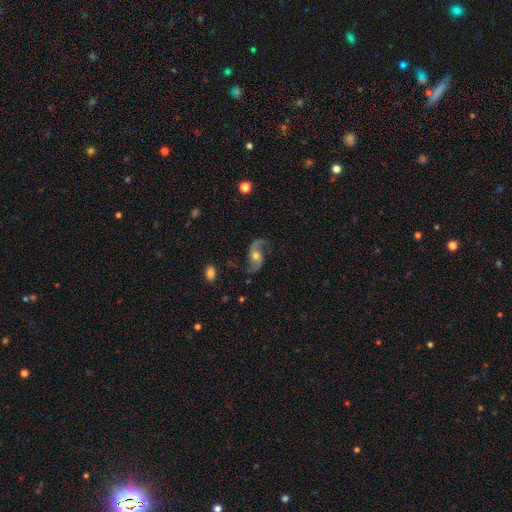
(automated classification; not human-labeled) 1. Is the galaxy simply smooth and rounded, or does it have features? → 85% featured or disk, 9% smooth, 6% star or artifact.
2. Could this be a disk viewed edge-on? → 97% no, 3% yes.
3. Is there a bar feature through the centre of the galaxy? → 63% no, 29% weak, 8% strong.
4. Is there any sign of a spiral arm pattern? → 95% yes, 5% no.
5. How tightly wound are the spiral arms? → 68% loose, 26% medium, 6% tight.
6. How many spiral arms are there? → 91% 2, 4% 1, 2% can't tell, 1% 3, 1% 4, 1% more than 4.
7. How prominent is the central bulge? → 67% moderate, 22% small, 8% large, 2% none, 1% dominant.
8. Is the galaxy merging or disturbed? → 73% none, 16% minor disturbance, 9% major disturbance, 2% merger.